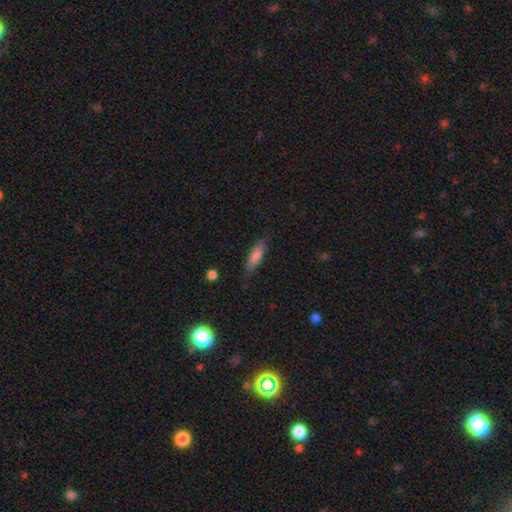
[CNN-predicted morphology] smooth-or-featured: smooth: 72% | featured or disk: 20% | star or artifact: 8%
  how-rounded: cigar-shaped: 66% | in between: 32% | round: 2%
  merging: none: 81% | minor disturbance: 14% | major disturbance: 3% | merger: 1%